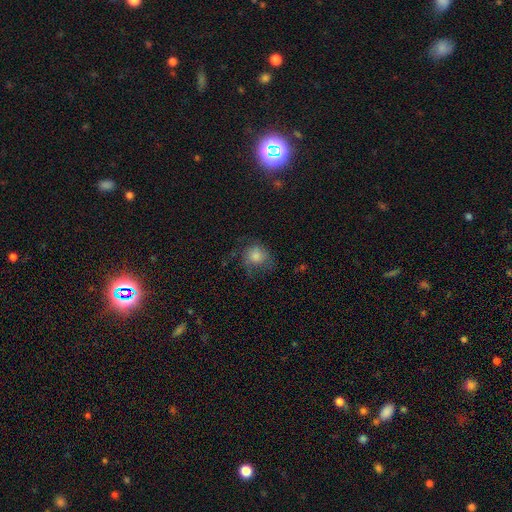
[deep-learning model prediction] This is likely a smooth galaxy (66%). How rounded: likely round (73%). Merging: possibly none (53%).